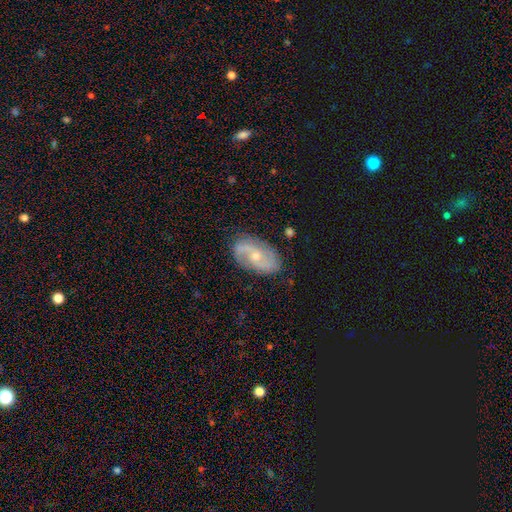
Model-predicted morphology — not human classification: Smooth or featured? featured or disk (80%)
Edge-on disk? no (96%)
Bar? no (56%)
Spiral arms? yes (95%)
Spiral winding? medium (47%)
Spiral arm count? 2 (83%)
Bulge size? small (57%)
Merging? none (79%)